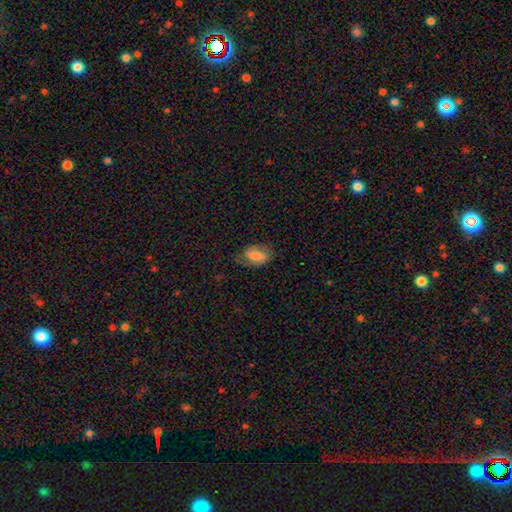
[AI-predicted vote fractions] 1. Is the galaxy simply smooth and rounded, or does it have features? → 62% smooth, 30% featured or disk, 8% star or artifact.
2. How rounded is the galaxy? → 88% in between, 9% round, 2% cigar-shaped.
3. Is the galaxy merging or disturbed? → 58% none, 25% minor disturbance, 15% major disturbance, 1% merger.